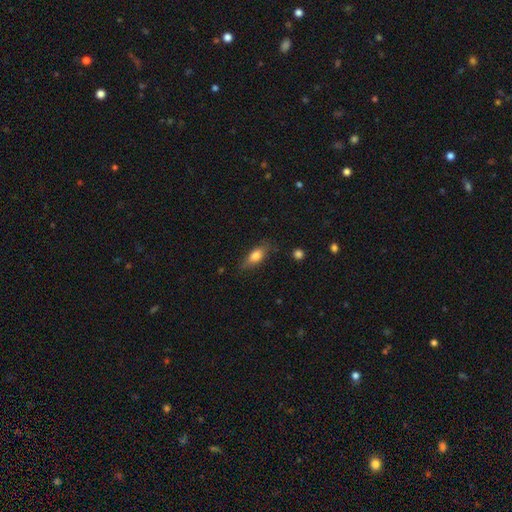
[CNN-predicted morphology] Smooth or featured?
  - smooth: 73% *
  - featured or disk: 19%
  - star or artifact: 8%
How rounded?
  - in between: 75% *
  - cigar-shaped: 20%
  - round: 5%
Merging?
  - none: 71% *
  - minor disturbance: 22%
  - major disturbance: 5%
  - merger: 2%